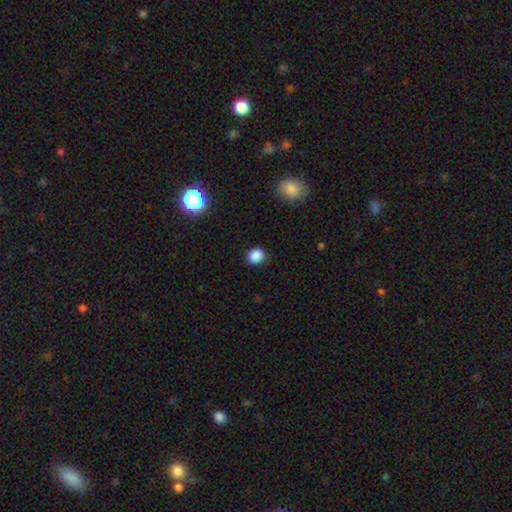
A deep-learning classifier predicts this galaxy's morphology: Smooth or featured? Predicted: smooth (p=0.86). How rounded? Predicted: round (p=0.74). Merging? Predicted: none (p=0.87).